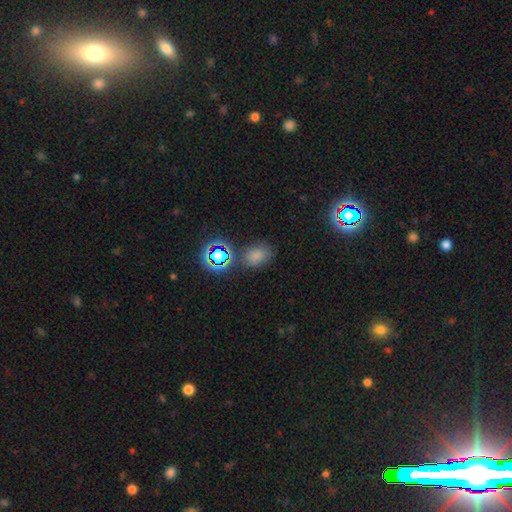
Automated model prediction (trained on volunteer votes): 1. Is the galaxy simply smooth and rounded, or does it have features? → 68% smooth, 25% star or artifact, 8% featured or disk.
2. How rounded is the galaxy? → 64% in between, 35% round, 1% cigar-shaped.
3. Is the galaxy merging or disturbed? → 71% none, 16% minor disturbance, 8% merger, 5% major disturbance.